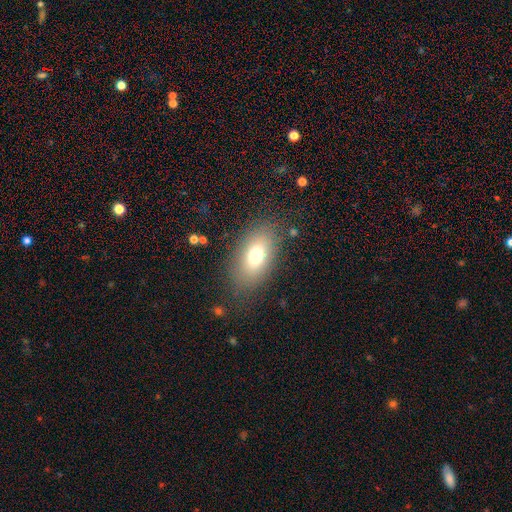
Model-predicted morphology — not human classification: smooth_or_featured: smooth (p=0.73) [alt: featured or disk p=0.16]
how_rounded: in between (p=0.87) [alt: round p=0.10]
merging: none (p=0.79) [alt: minor disturbance p=0.12]